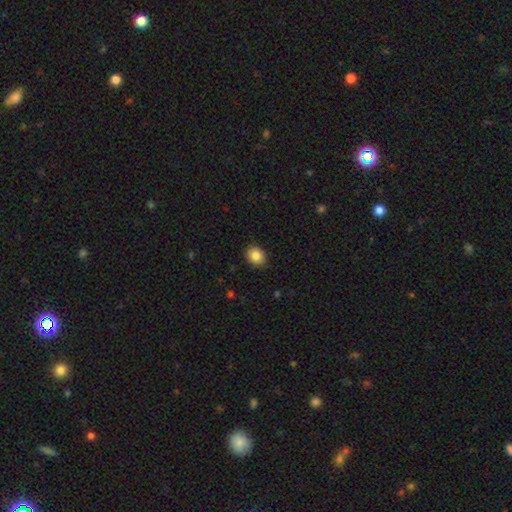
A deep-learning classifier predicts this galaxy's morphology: Smooth or featured? smooth (86%)
How rounded? in between (50%)
Merging? none (88%)